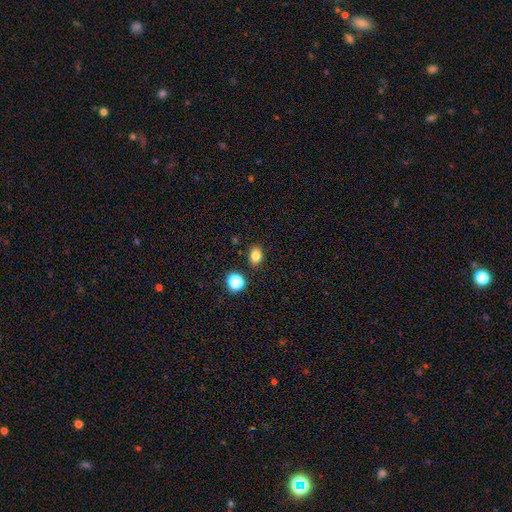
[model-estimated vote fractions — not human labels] The model was most divided on "how rounded": in between: 64%, round: 35%, cigar-shaped: 1%. More confident: merging — none (85%); smooth or featured — smooth (81%).